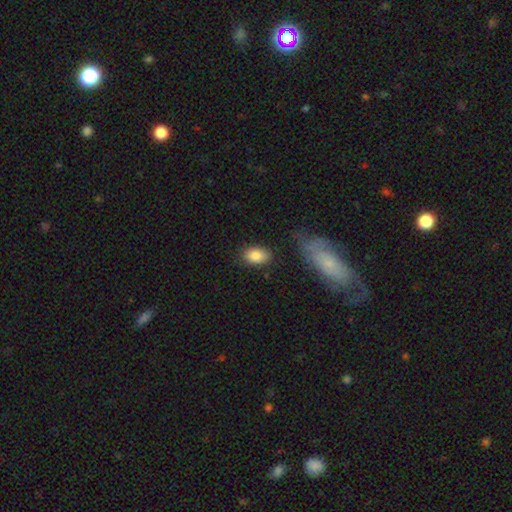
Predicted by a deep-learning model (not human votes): Smooth or featured? smooth (85%)
How rounded? in between (89%)
Merging? none (81%)